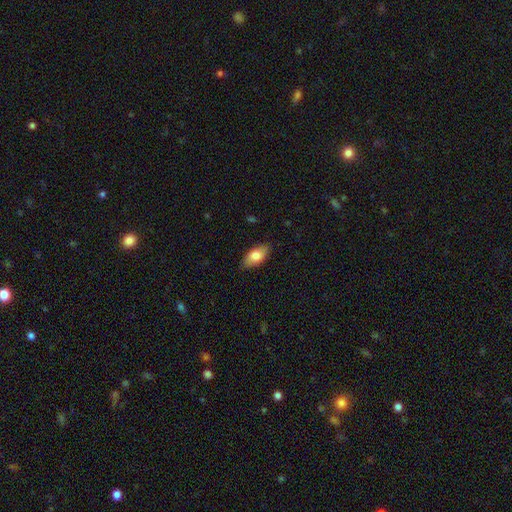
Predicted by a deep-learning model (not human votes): This is likely a smooth galaxy (78%). How rounded: clearly in between (90%). Merging: clearly none (84%).